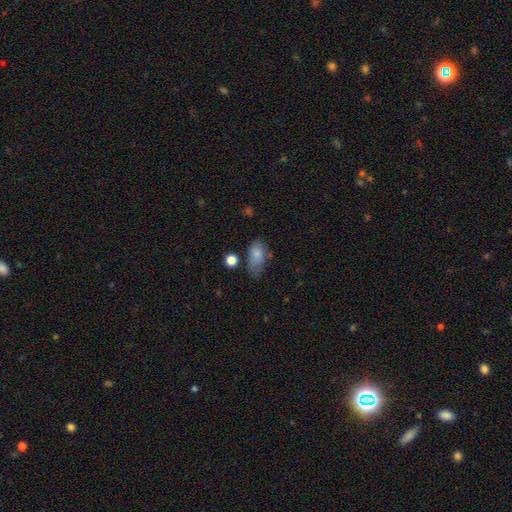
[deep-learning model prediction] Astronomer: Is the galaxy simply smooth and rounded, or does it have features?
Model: smooth — 81%.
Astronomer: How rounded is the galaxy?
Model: in between — 89%.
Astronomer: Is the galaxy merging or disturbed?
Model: none — 49% (runner-up: minor disturbance, 32%).